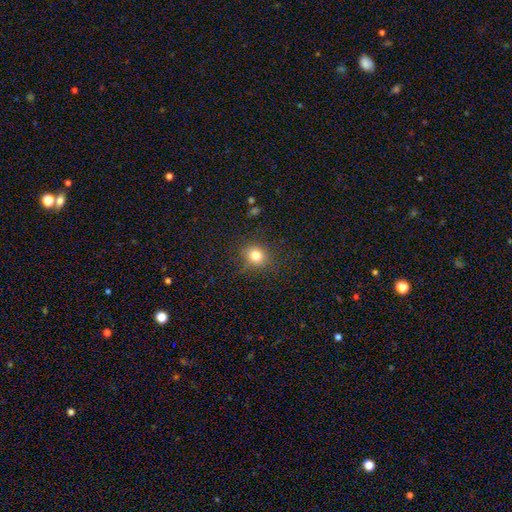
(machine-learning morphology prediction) A smooth galaxy with no disk features (79%) that is round (83%).

Vote fractions:
- Smooth or featured? smooth: 79% / star or artifact: 14% / featured or disk: 7%
- How rounded? round: 83% / in between: 16% / cigar-shaped: 1%
- Merging? none: 85% / minor disturbance: 10% / major disturbance: 4% / merger: 1%